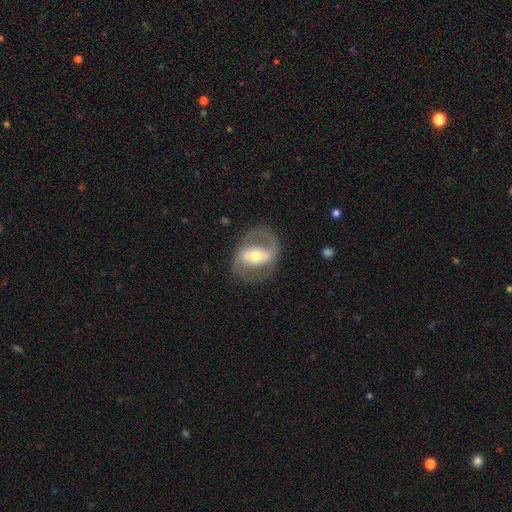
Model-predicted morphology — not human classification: This is likely a featured or disk galaxy (77%). It is clearly not viewed edge-on (96%). Bar: marginally strong (39%). Spiral arm pattern: likely yes (76%). Spiral arm count: clearly 2 (83%). Spiral winding: possibly medium (50%). Central bulge: likely moderate (63%). Merging: likely none (72%).